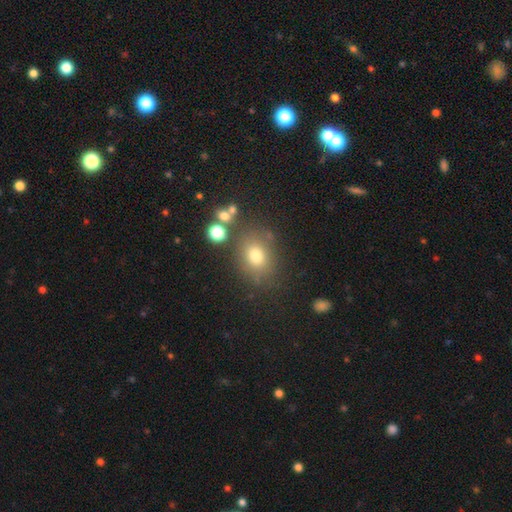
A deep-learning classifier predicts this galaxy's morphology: A smooth galaxy with no disk features (74%) that is round (51%). Merging: none (74%).